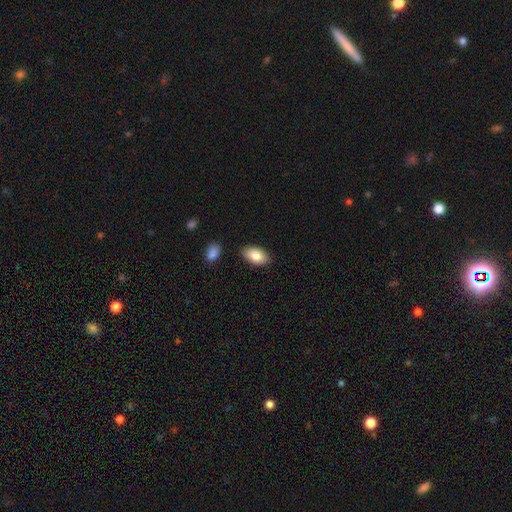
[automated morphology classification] This appears to be a smooth galaxy with no disk features (84%) that is in between round and cigar-shaped (94%). Merging: none (86%).